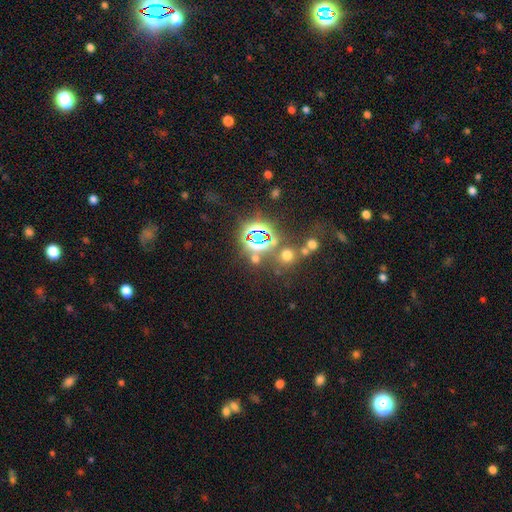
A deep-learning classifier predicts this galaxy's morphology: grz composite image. It shows a star or artifact, not a galaxy (68%).